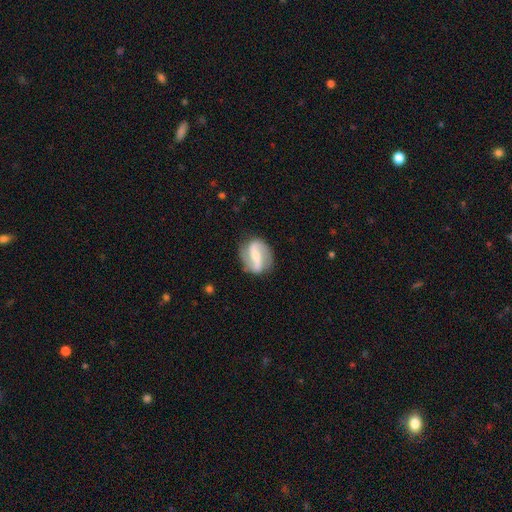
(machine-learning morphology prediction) smooth-or-featured: featured or disk: 82% | smooth: 13% | star or artifact: 5%
  disk-edge-on: no: 97% | yes: 3%
    bar: strong: 52% | weak: 31% | no: 17%
    has-spiral-arms: yes: 93% | no: 7%
      spiral-winding: loose: 55% | medium: 33% | tight: 12%
      spiral-arm-count: 2: 92% | can't tell: 3% | 1: 2% | 3: 1% | 4: 1% | more than 4: 1%
    bulge-size: small: 53% | moderate: 33% | none: 8% | large: 3% | dominant: 1%
  merging: none: 79% | minor disturbance: 14% | major disturbance: 5% | merger: 2%